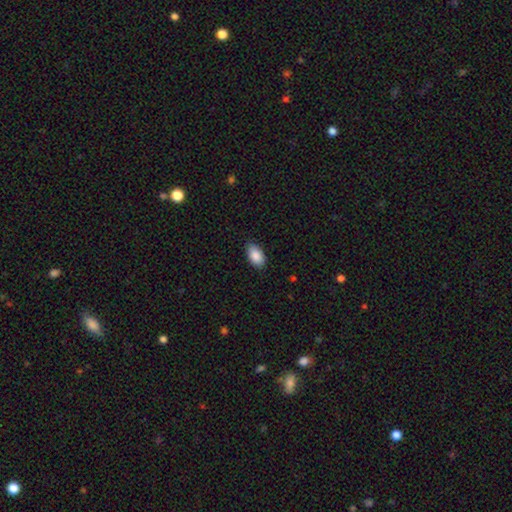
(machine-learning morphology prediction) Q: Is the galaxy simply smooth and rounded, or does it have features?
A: smooth — 89%.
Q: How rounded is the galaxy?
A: in between — 94%.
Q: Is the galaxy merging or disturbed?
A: none — 84%.